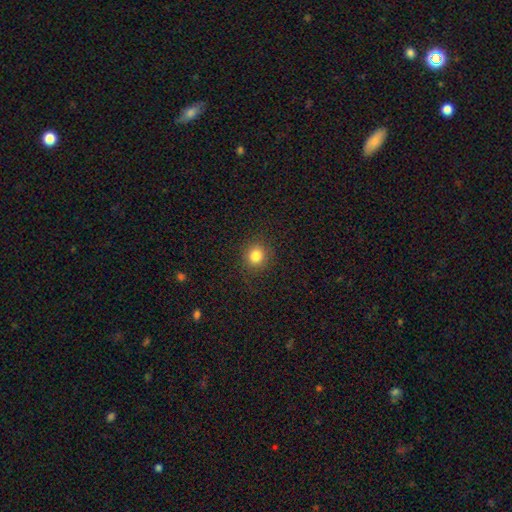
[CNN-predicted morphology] This is clearly a smooth galaxy (82%). How rounded: clearly round (85%). Merging: clearly none (89%).